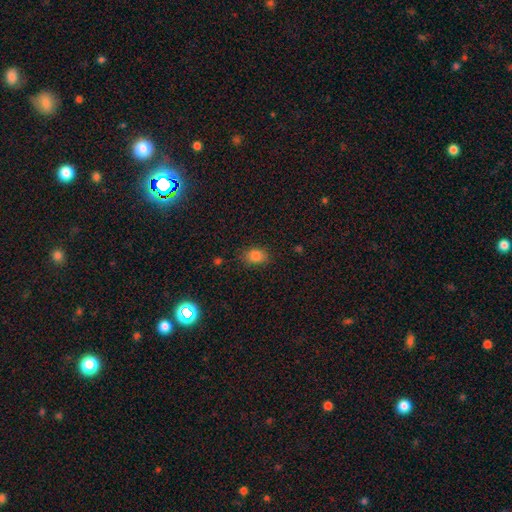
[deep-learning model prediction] This is clearly a smooth galaxy (84%). How rounded: likely in between (66%). Merging: clearly none (80%).